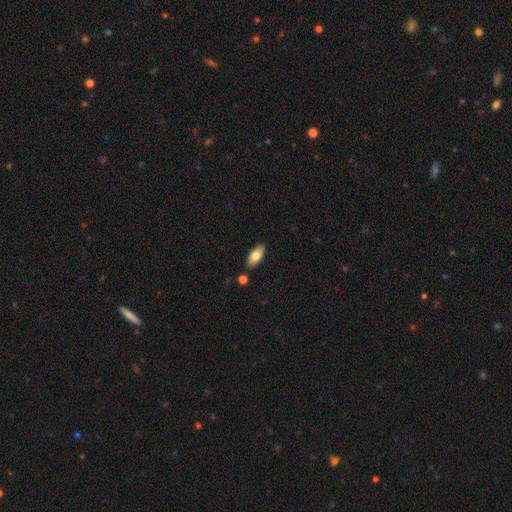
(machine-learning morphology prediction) smooth_or_featured: smooth (p=0.78) [alt: featured or disk p=0.15]
how_rounded: in between (p=0.87) [alt: cigar-shaped p=0.11]
merging: none (p=0.83) [alt: minor disturbance p=0.10]